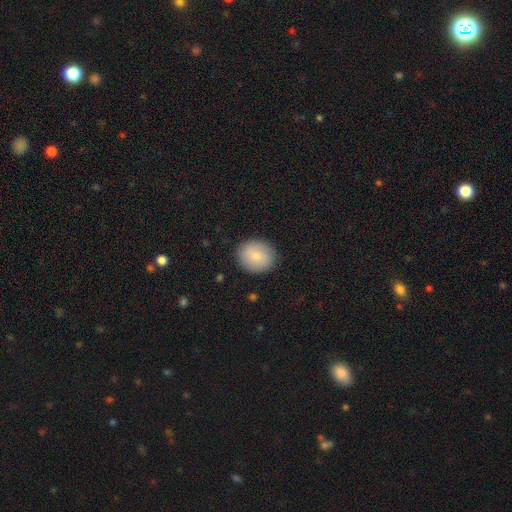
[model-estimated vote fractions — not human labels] Overall: smooth (81%). How rounded: round (69%; in between 30%). Merging: none (87%).